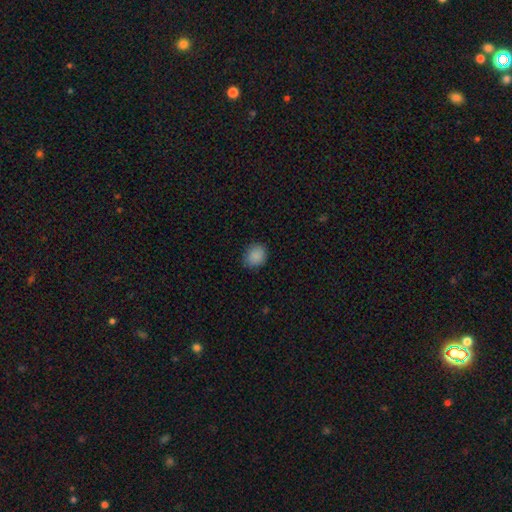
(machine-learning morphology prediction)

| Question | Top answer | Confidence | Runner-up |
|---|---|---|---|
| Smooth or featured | smooth | 88% | star or artifact (9%) |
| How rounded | round | 62% | in between (37%) |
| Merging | none | 84% | minor disturbance (12%) |